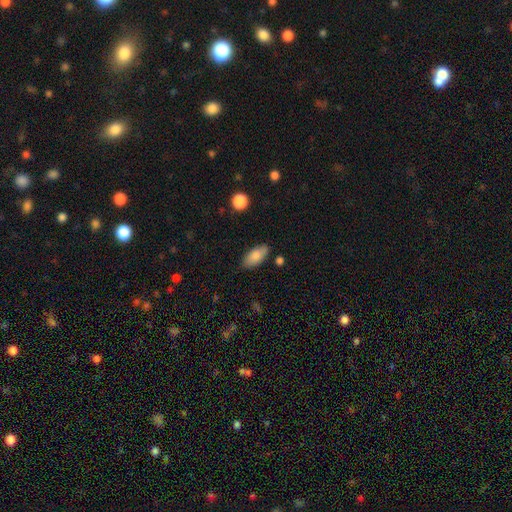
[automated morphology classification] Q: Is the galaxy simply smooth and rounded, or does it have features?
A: smooth — 83%.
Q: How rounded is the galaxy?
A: in between — 89%.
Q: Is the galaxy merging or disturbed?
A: none — 81%.